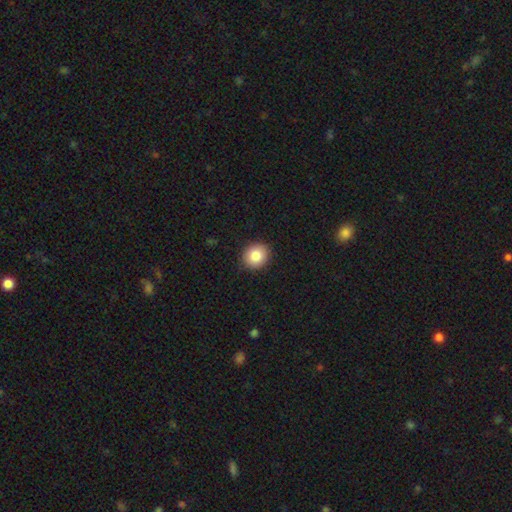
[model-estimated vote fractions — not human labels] Q: Smooth or featured?
A: smooth (84%); runner-up: star or artifact (9%)
Q: How rounded?
A: round (80%); runner-up: in between (19%)
Q: Merging?
A: none (90%); runner-up: minor disturbance (7%)